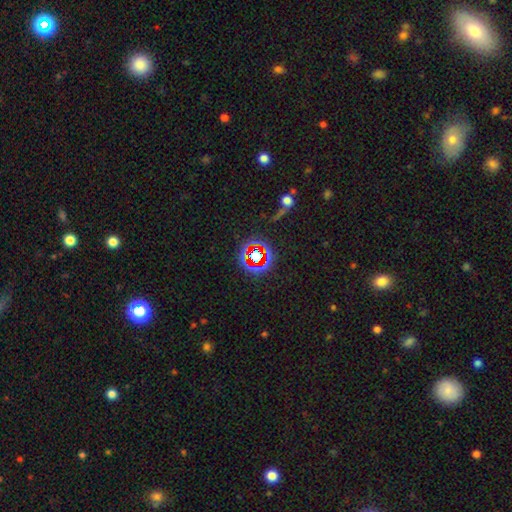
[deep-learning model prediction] smooth-or-featured: star or artifact: 70% | smooth: 17% | featured or disk: 13%